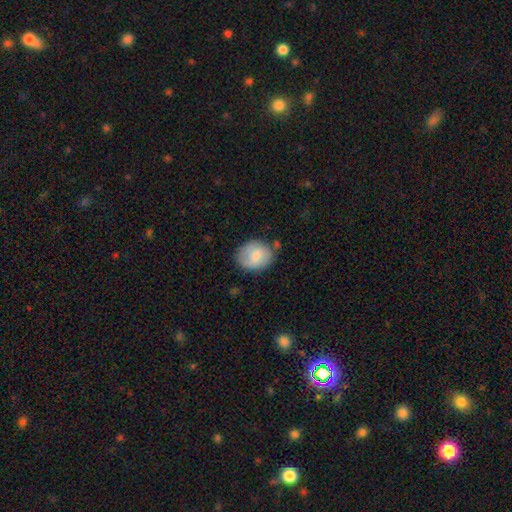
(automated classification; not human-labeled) smooth 74%, featured or disk 19%, star or artifact 7%. Down the decision tree: how rounded — round (53%); merging — none (66%).